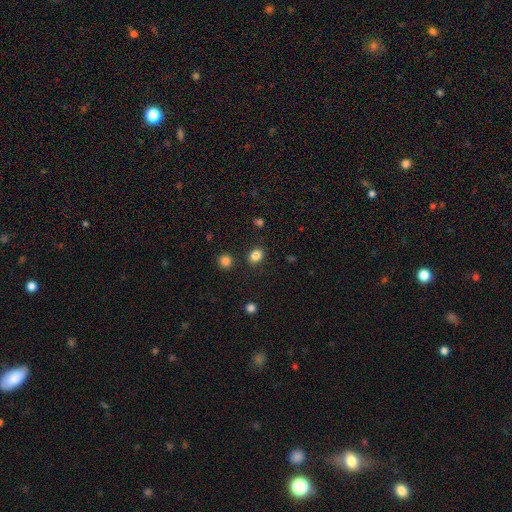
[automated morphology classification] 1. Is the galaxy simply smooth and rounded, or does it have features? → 84% smooth, 12% star or artifact, 4% featured or disk.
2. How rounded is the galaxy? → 53% in between, 46% round, 1% cigar-shaped.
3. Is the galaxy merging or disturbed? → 85% none, 9% minor disturbance, 4% merger, 3% major disturbance.